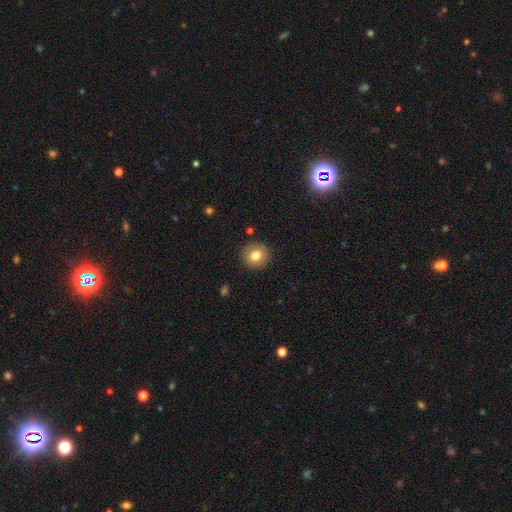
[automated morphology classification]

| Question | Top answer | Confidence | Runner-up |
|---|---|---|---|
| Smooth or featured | smooth | 79% | featured or disk (11%) |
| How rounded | round | 93% | in between (6%) |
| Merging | none | 90% | minor disturbance (6%) |